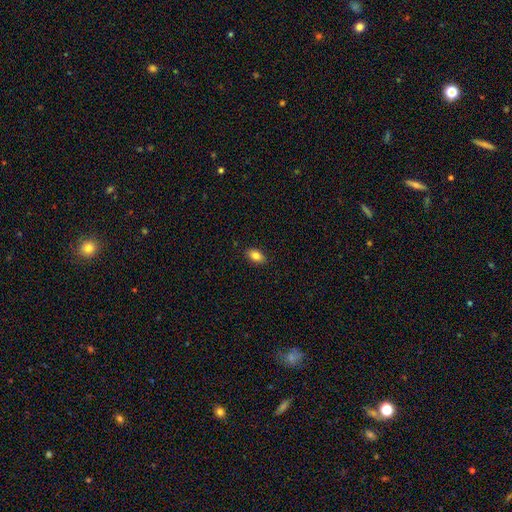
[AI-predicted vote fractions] This is clearly a smooth galaxy (84%). How rounded: clearly in between (89%). Merging: clearly none (88%).